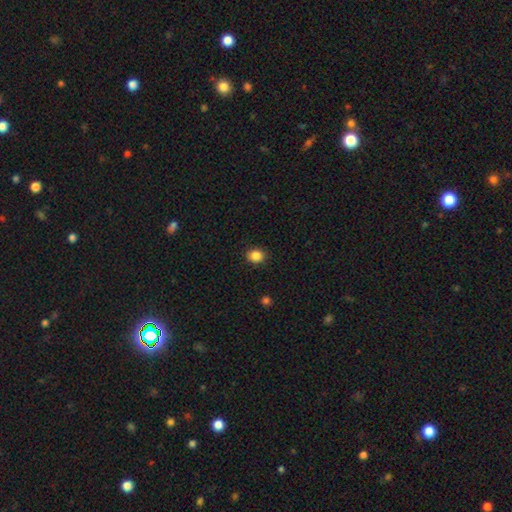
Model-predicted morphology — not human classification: type=smooth (86%); roundness=round (70%); merging=none (90%).